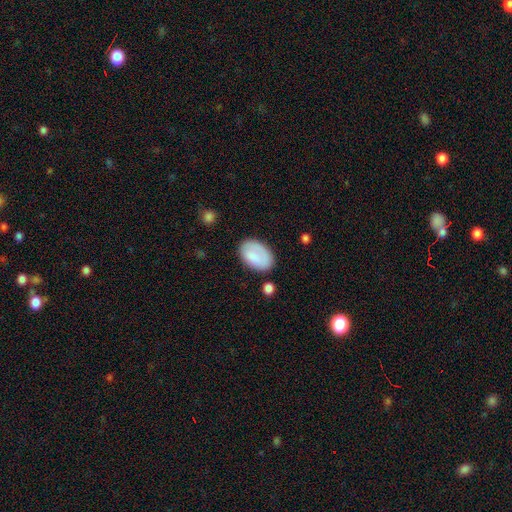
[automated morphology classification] Smooth or featured?
  - smooth: 79% *
  - featured or disk: 15%
  - star or artifact: 6%
How rounded?
  - in between: 92% *
  - round: 7%
  - cigar-shaped: 1%
Merging?
  - none: 74% *
  - minor disturbance: 18%
  - major disturbance: 5%
  - merger: 3%